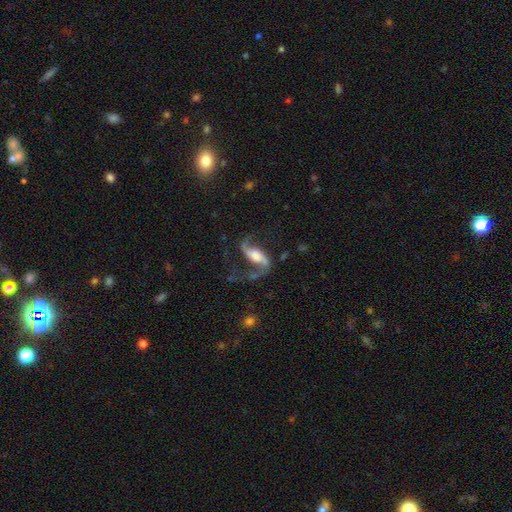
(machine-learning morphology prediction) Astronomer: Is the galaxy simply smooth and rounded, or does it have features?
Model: featured or disk — 87%.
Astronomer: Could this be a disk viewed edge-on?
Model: no — 95%.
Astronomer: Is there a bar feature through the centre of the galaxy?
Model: weak — 35% (runner-up: no, 34%).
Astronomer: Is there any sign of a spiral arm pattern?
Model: yes — 97%.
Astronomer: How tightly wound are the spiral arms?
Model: loose — 71%.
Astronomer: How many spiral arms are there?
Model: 2 — 91%.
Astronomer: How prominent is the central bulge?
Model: large — 37% (runner-up: moderate, 32%).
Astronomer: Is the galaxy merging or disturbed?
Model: none — 63%.